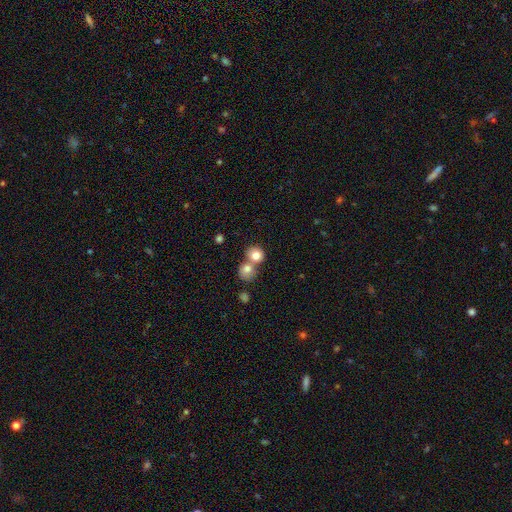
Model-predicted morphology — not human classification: smooth-or-featured: smooth: 80% | featured or disk: 11% | star or artifact: 9%
  how-rounded: round: 79% | in between: 20% | cigar-shaped: 1%
  merging: merger: 54% | none: 37% | minor disturbance: 6% | major disturbance: 3%